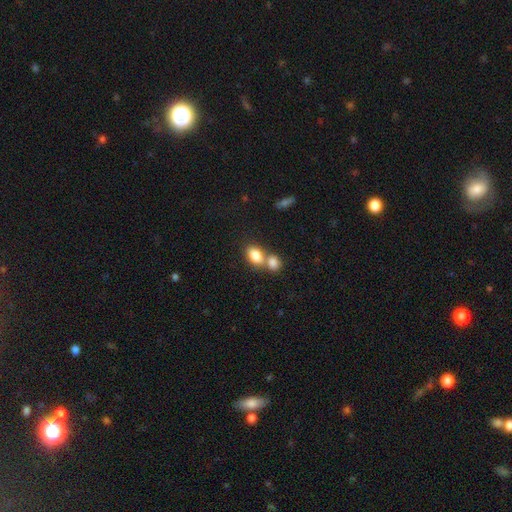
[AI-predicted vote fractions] This is clearly a smooth galaxy (83%). How rounded: likely in between (78%). Merging: possibly merger (55%).